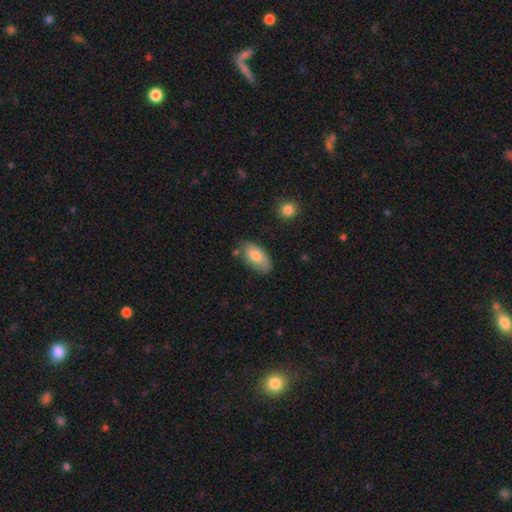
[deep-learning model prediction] A smooth galaxy with no disk features (77%) that is in between round and cigar-shaped (93%). Merging: none (71%).